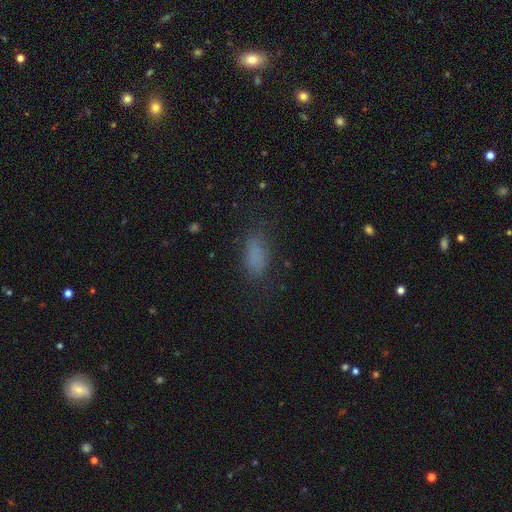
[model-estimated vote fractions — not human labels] The model was most divided on "merging": none: 69%, minor disturbance: 18%, major disturbance: 11%, merger: 2%. More confident: how rounded — in between (85%); smooth or featured — smooth (77%).